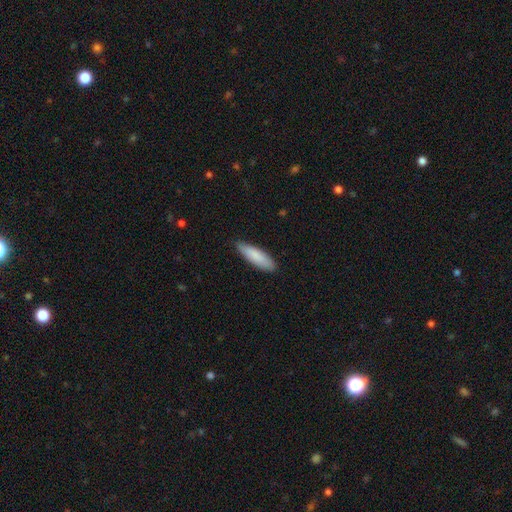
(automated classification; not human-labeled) The model was most divided on "how rounded": cigar-shaped: 60%, in between: 39%, round: 1%. More confident: smooth or featured — smooth (85%); merging — none (84%).